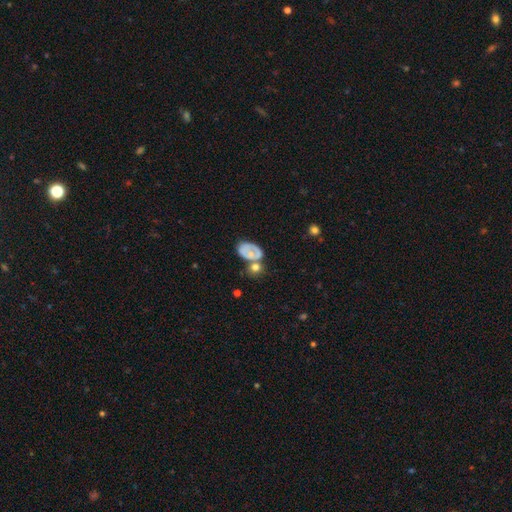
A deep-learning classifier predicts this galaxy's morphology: Smooth or featured? smooth (42%)
Merging? none (46%)